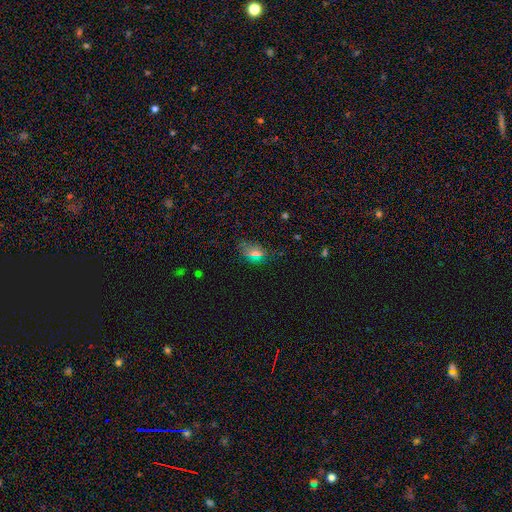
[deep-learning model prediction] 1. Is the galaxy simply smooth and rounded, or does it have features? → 54% smooth, 36% star or artifact, 10% featured or disk.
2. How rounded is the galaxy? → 72% in between, 22% round, 6% cigar-shaped.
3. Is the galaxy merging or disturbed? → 78% none, 14% minor disturbance, 6% major disturbance, 2% merger.